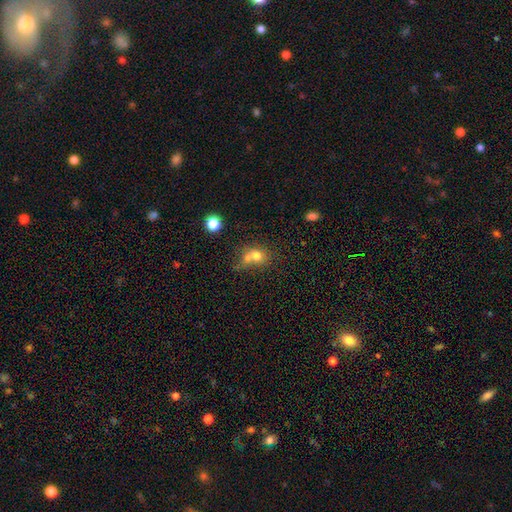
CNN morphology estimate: A smooth galaxy with no disk features (72%) that is round (64%).

Vote fractions:
- Smooth or featured? smooth: 72% / featured or disk: 15% / star or artifact: 13%
- How rounded? round: 64% / in between: 35% / cigar-shaped: 1%
- Merging? merger: 53% / none: 32% / minor disturbance: 9% / major disturbance: 5%